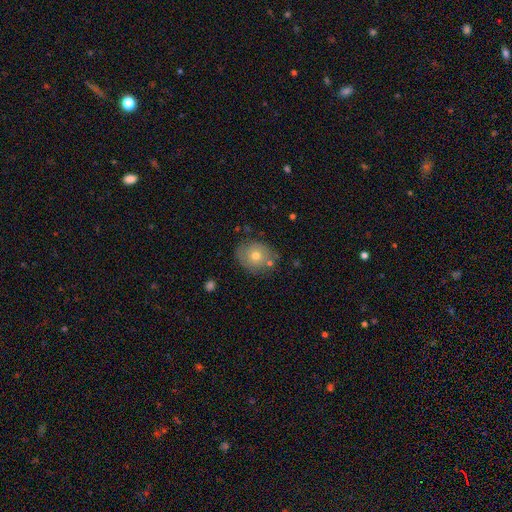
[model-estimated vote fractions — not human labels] This is likely a smooth galaxy (66%). How rounded: likely round (62%). Merging: likely none (73%).